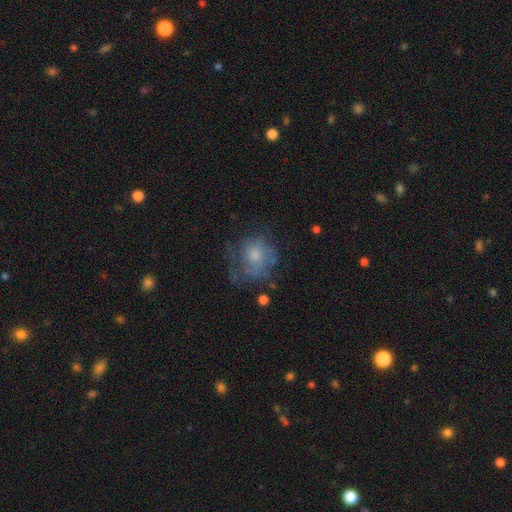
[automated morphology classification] type=smooth (47%); merging=none (45%).